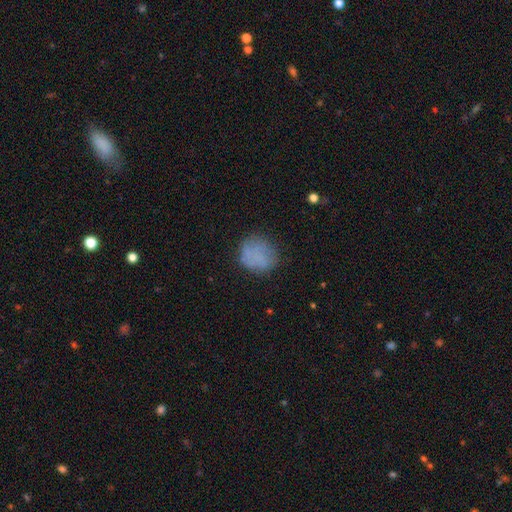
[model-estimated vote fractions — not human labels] Smooth or featured?
  - smooth: 69% *
  - featured or disk: 19%
  - star or artifact: 12%
How rounded?
  - round: 80% *
  - in between: 19%
  - cigar-shaped: 1%
Merging?
  - none: 68% *
  - minor disturbance: 20%
  - major disturbance: 10%
  - merger: 2%